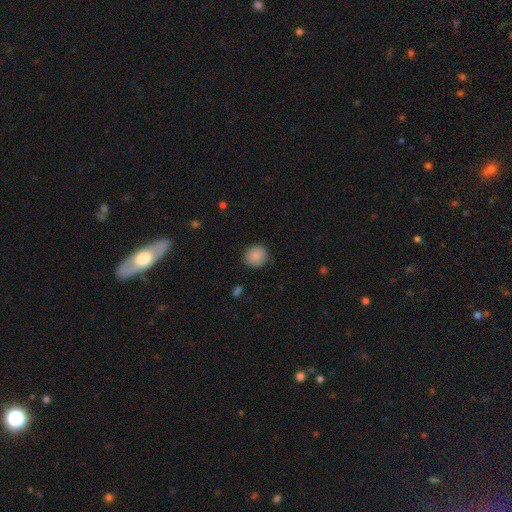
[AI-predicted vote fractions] Smooth or featured: smooth — 87% (star or artifact — 8%)
How rounded: round — 85% (in between — 14%)
Merging: none — 86% (minor disturbance — 10%)